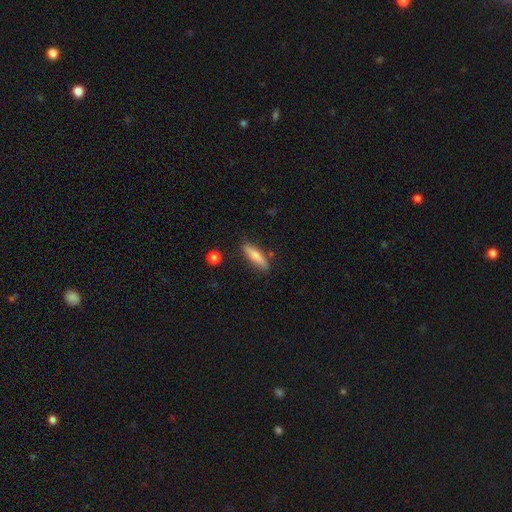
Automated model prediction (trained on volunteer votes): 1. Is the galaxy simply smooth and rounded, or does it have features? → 76% smooth, 18% featured or disk, 7% star or artifact.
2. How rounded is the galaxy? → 64% cigar-shaped, 34% in between, 2% round.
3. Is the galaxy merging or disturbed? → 77% none, 15% minor disturbance, 5% merger, 3% major disturbance.